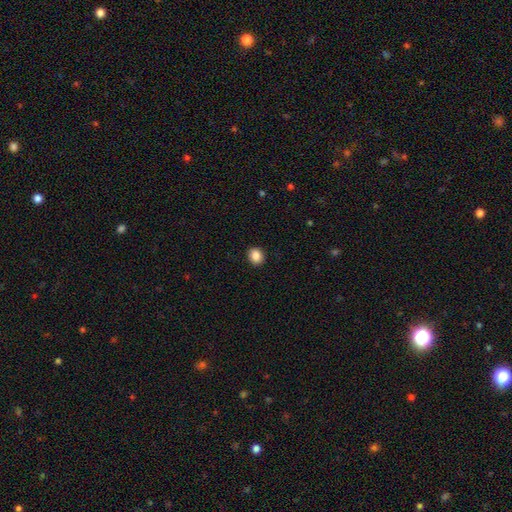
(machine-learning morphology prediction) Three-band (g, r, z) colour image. It shows a smooth galaxy with no disk features (87%) that is round (67%). Merging: none (92%).